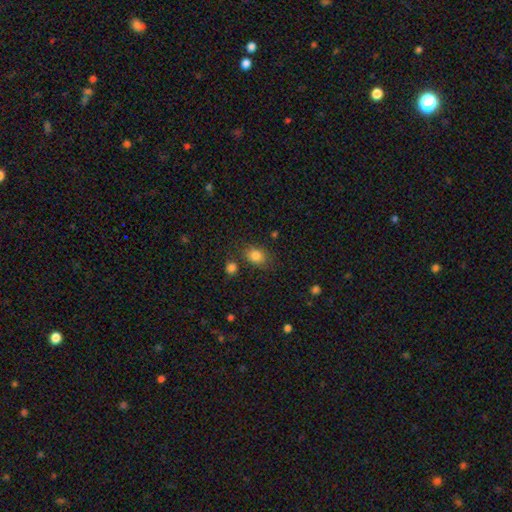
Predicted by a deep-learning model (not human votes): Morphology: type=smooth (84%); roundness=in between (57%); merging=none (73%).